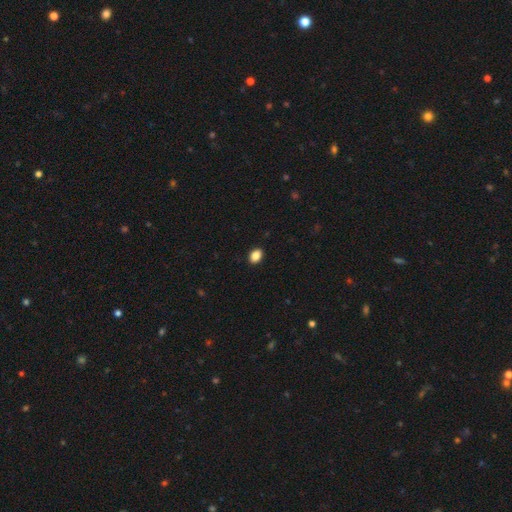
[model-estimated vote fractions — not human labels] A smooth galaxy with no disk features (88%) that is in between round and cigar-shaped (72%).

Vote fractions:
- Smooth or featured? smooth: 88% / star or artifact: 9% / featured or disk: 3%
- How rounded? in between: 72% / round: 27% / cigar-shaped: 1%
- Merging? none: 91% / minor disturbance: 7% / major disturbance: 2% / merger: 1%